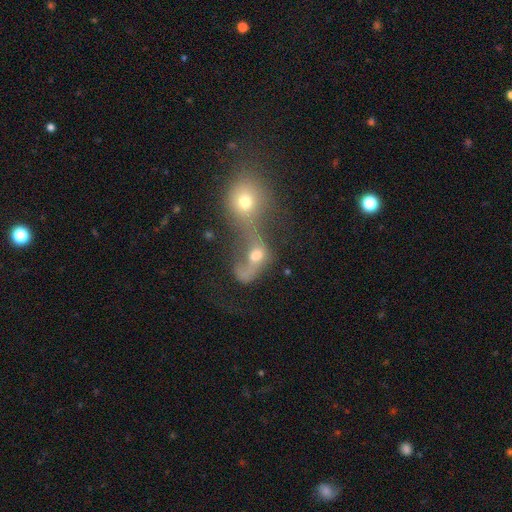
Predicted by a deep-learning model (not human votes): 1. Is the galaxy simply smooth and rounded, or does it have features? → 50% smooth, 34% featured or disk, 16% star or artifact.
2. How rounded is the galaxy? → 54% round, 43% in between, 3% cigar-shaped.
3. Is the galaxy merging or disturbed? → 76% merger, 10% major disturbance, 9% none, 4% minor disturbance.